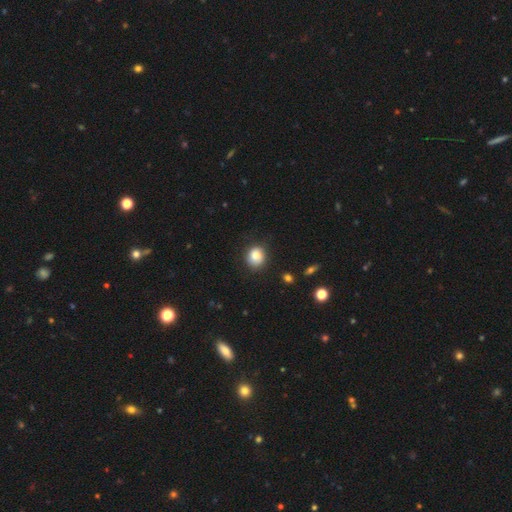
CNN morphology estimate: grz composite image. It shows a smooth galaxy with no disk features (85%) that is round (74%). Merging: none (79%).